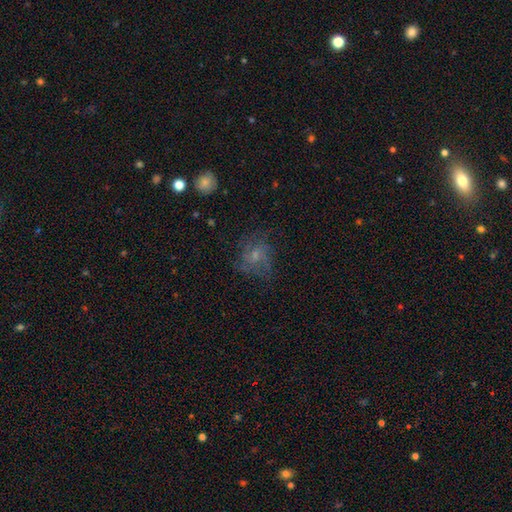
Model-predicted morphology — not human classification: smooth_or_featured: featured or disk (p=0.44) [alt: smooth p=0.42]
merging: none (p=0.59) [alt: minor disturbance p=0.21]